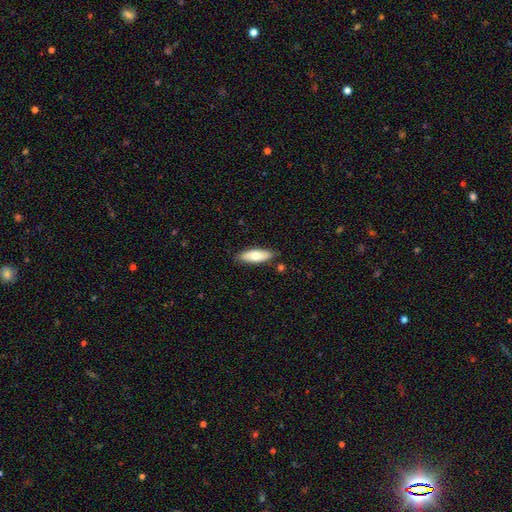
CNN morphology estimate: Smooth or featured? Predicted: smooth (p=0.72). How rounded? Predicted: in between (p=0.64). Merging? Predicted: none (p=0.84).